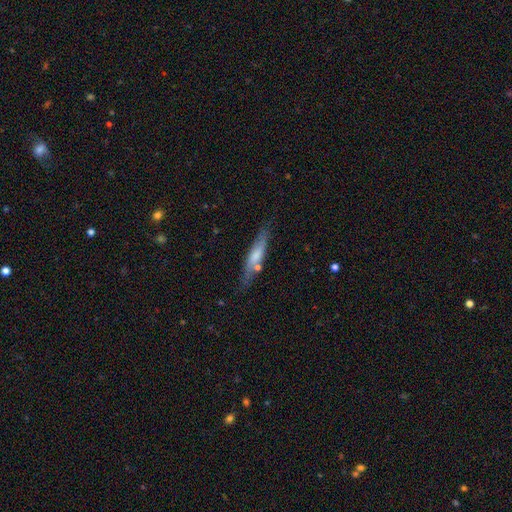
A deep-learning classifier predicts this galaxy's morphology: Overall: smooth (62%; featured or disk 32%). How rounded: cigar-shaped (76%). Merging: none (71%).